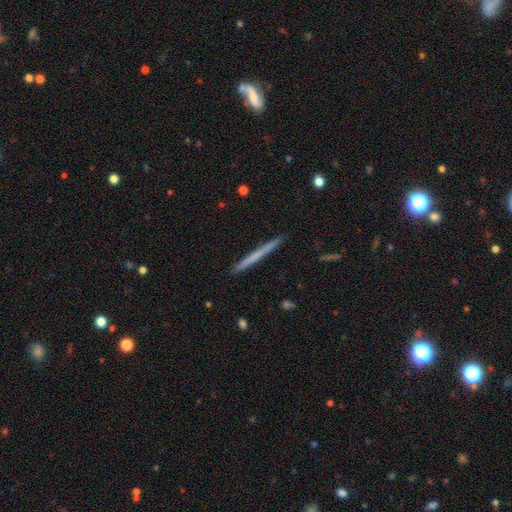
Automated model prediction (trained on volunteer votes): Q: Smooth or featured?
A: smooth (51%); runner-up: featured or disk (43%)
Q: How rounded?
A: cigar-shaped (97%); runner-up: in between (1%)
Q: Merging?
A: none (93%); runner-up: minor disturbance (5%)